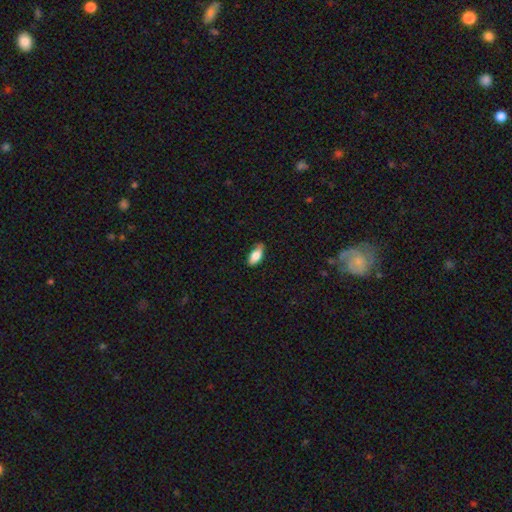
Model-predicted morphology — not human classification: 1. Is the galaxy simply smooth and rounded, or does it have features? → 80% smooth, 14% featured or disk, 6% star or artifact.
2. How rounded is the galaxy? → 85% in between, 12% cigar-shaped, 3% round.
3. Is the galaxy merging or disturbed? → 74% none, 21% minor disturbance, 3% major disturbance, 1% merger.